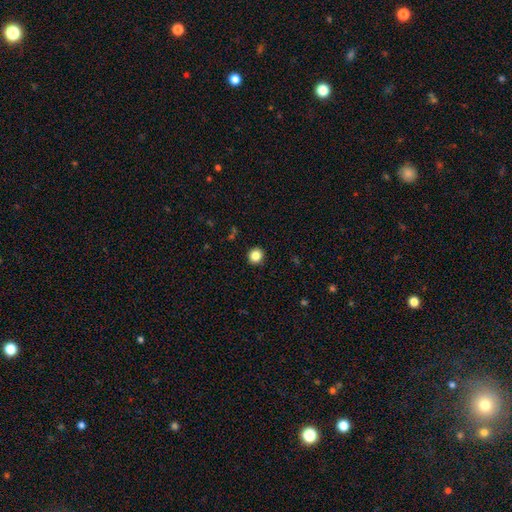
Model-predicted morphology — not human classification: A smooth galaxy with no disk features (85%) that is round (92%). Merging: none (92%).